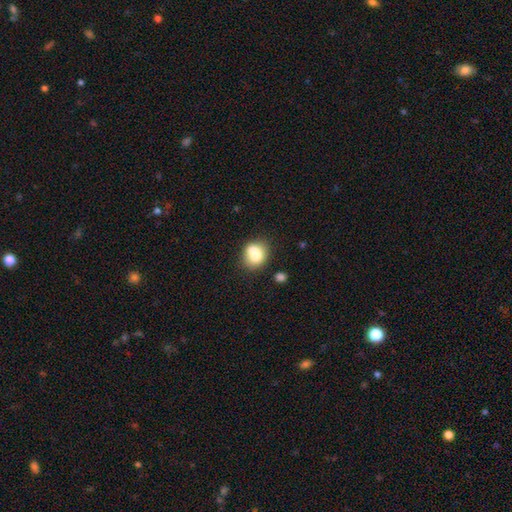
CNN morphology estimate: Overall: smooth (72%). How rounded: round (65%; in between 34%). Merging: none (43%; merger 39%).